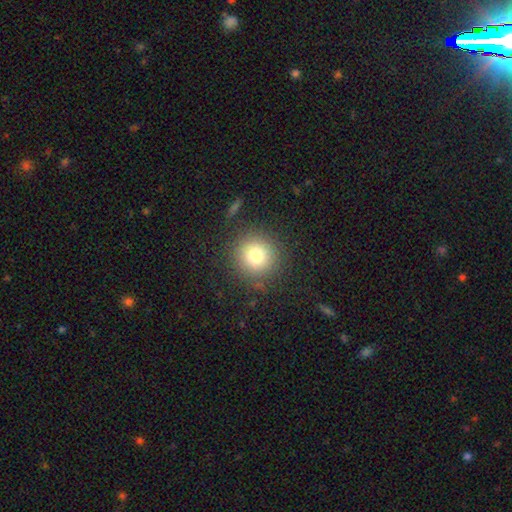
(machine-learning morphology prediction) This appears to be a smooth galaxy with no disk features (77%) that is round (94%). Merging: none (86%).